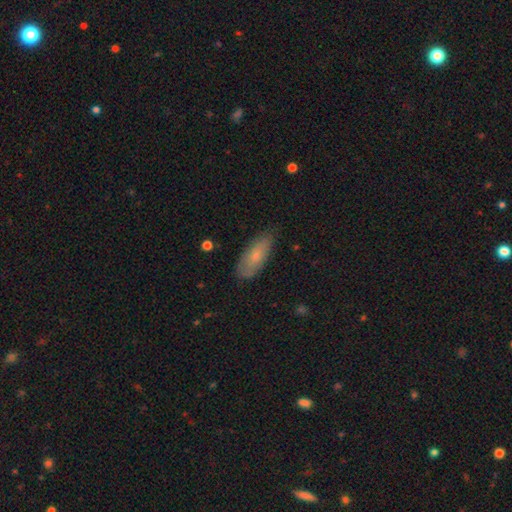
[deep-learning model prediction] A smooth galaxy with no disk features (72%) that is in between round and cigar-shaped (77%).

Vote fractions:
- Smooth or featured? smooth: 72% / featured or disk: 22% / star or artifact: 6%
- How rounded? in between: 77% / cigar-shaped: 21% / round: 2%
- Merging? none: 77% / minor disturbance: 18% / major disturbance: 3% / merger: 1%